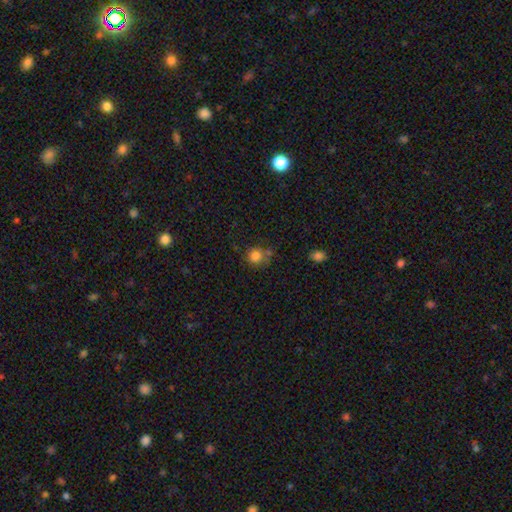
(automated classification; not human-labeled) The model was most divided on "merging": none: 63%, minor disturbance: 17%, merger: 14%, major disturbance: 6%. More confident: how rounded — round (88%); smooth or featured — smooth (82%).